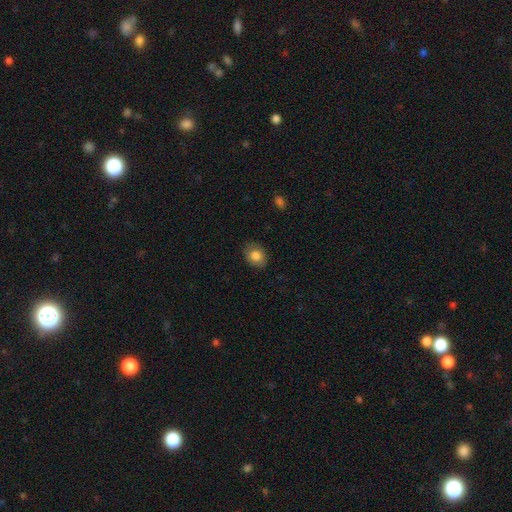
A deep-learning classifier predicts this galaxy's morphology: A smooth galaxy with no disk features (82%) that is in between round and cigar-shaped (57%). Merging: none (83%).